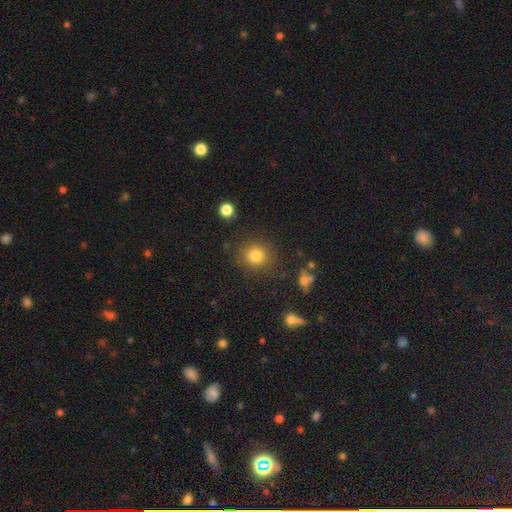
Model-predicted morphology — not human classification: smooth_or_featured: smooth (p=0.81) [alt: star or artifact p=0.13]
how_rounded: round (p=0.84) [alt: in between p=0.15]
merging: none (p=0.85) [alt: minor disturbance p=0.09]